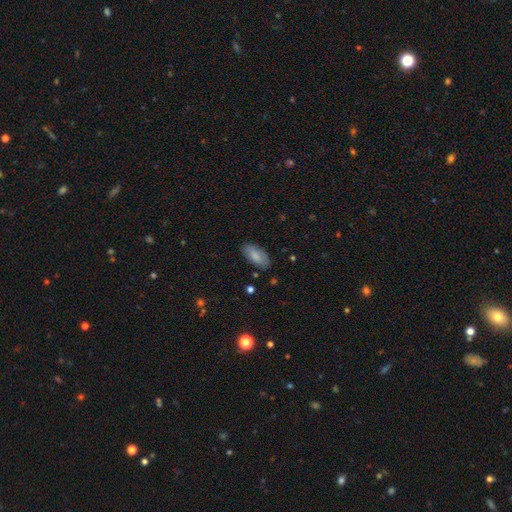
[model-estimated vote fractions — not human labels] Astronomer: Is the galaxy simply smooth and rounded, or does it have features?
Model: smooth — 83%.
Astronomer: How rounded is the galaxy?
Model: in between — 89%.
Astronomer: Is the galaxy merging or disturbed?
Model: none — 84%.